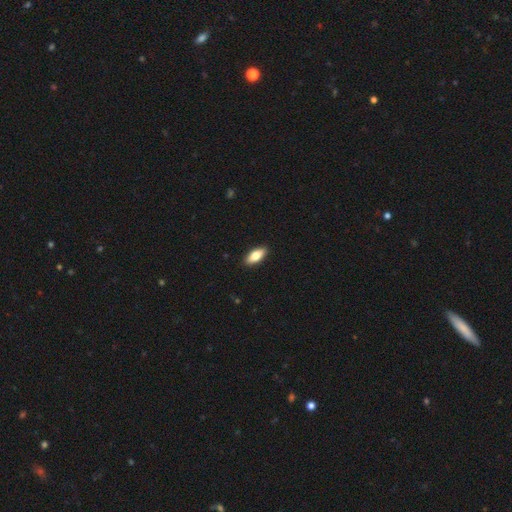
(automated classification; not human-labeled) Q: Smooth or featured?
A: smooth (78%); runner-up: featured or disk (16%)
Q: How rounded?
A: in between (82%); runner-up: cigar-shaped (16%)
Q: Merging?
A: none (91%); runner-up: minor disturbance (7%)